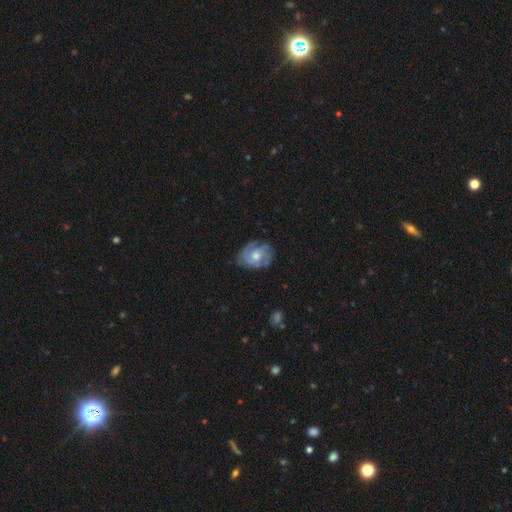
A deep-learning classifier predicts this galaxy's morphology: This is likely a featured or disk galaxy (79%). It is clearly not viewed edge-on (97%). Bar: likely no (72%). Spiral arm pattern: clearly yes (93%). Spiral arm count: marginally 3 (31%). Spiral winding: likely tight (62%). Central bulge: likely moderate (69%). Merging: likely none (77%).